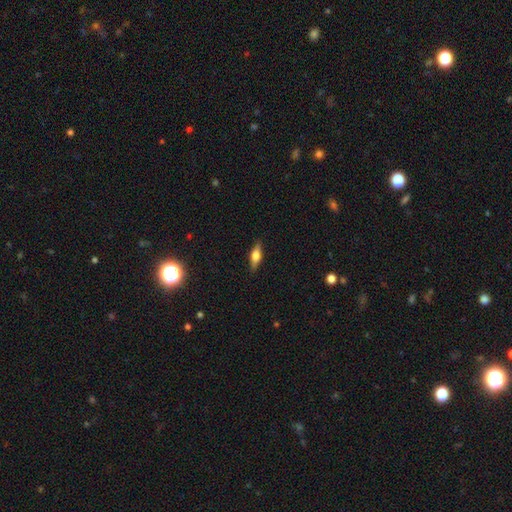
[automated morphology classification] Smooth or featured? smooth (47%)
Merging? none (87%)